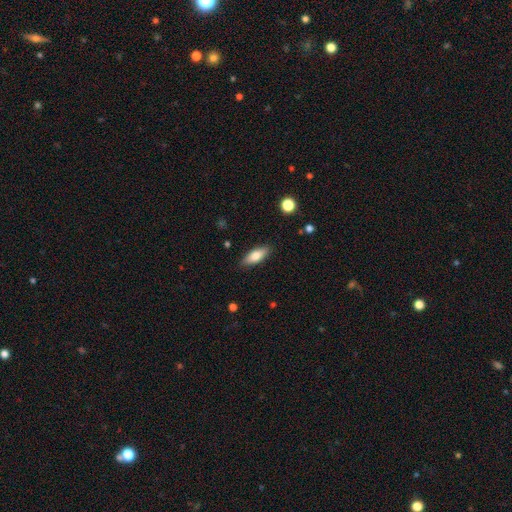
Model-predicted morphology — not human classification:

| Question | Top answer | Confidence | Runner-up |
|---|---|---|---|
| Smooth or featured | smooth | 76% | featured or disk (17%) |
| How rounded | in between | 72% | cigar-shaped (26%) |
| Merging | none | 86% | minor disturbance (10%) |